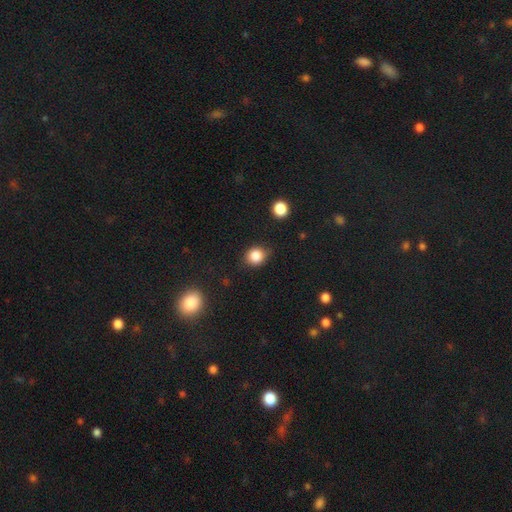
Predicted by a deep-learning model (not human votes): smooth_or_featured: smooth (p=0.84) [alt: star or artifact p=0.10]
how_rounded: round (p=0.68) [alt: in between p=0.31]
merging: none (p=0.79) [alt: minor disturbance p=0.16]